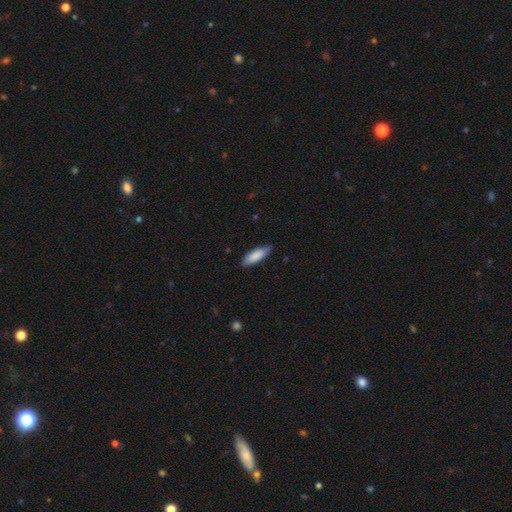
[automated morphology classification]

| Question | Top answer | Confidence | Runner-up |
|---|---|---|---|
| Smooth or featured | smooth | 85% | featured or disk (9%) |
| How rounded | in between | 53% | cigar-shaped (45%) |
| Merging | none | 82% | minor disturbance (15%) |